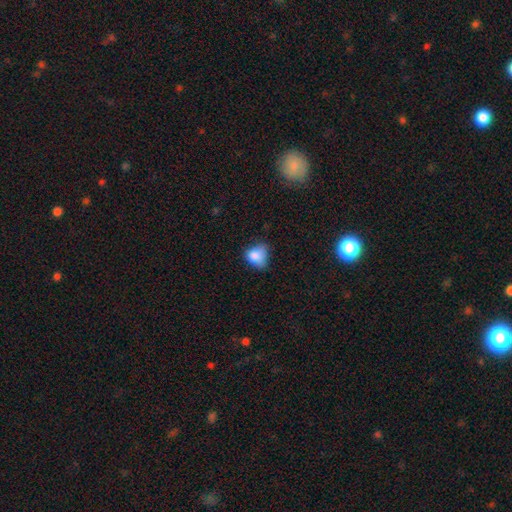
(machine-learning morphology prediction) The model was most divided on "merging": minor disturbance: 41%, none: 35%, major disturbance: 20%, merger: 4%. More confident: smooth or featured — smooth (79%); how rounded — in between (54%).